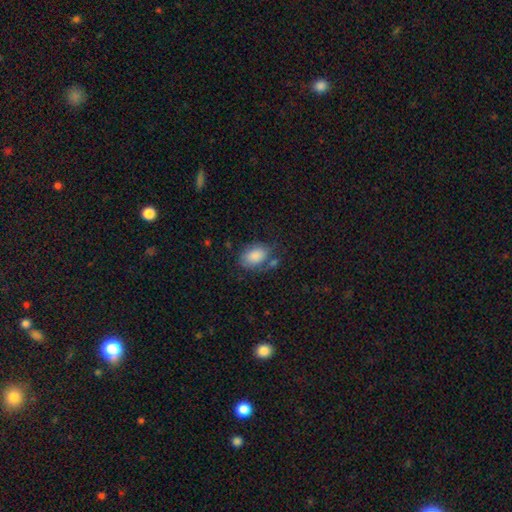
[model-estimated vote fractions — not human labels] Smooth or featured? Predicted: smooth (p=0.84). How rounded? Predicted: in between (p=0.86). Merging? Predicted: none (p=0.57).